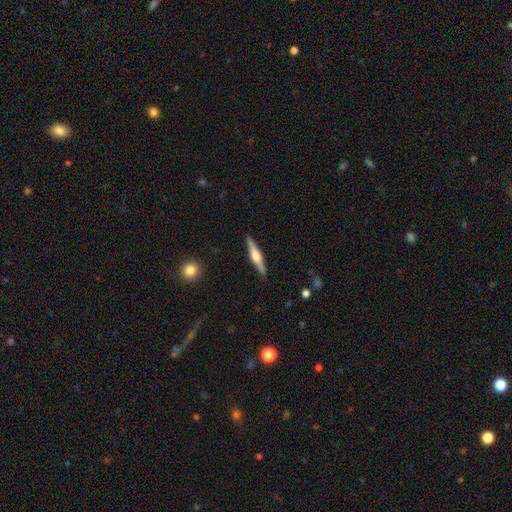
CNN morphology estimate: This is likely a featured or disk galaxy (63%). It is clearly viewed edge-on (98%). Edge-on bulge: clearly rounded (80%). Merging: clearly none (90%).